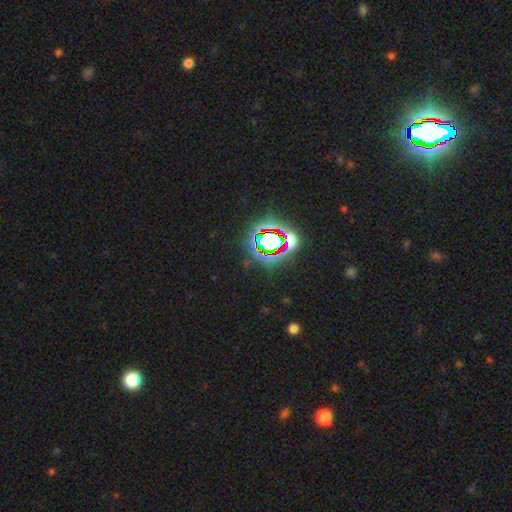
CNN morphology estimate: A star or artifact, not a galaxy (81%).